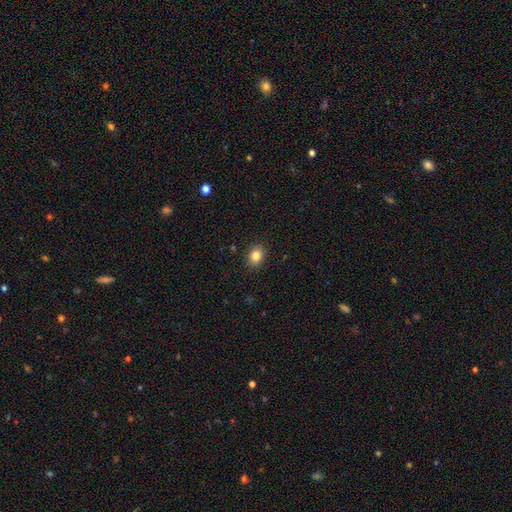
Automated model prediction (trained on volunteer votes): smooth_or_featured: smooth (p=0.84) [alt: star or artifact p=0.10]
how_rounded: in between (p=0.55) [alt: round p=0.44]
merging: none (p=0.90) [alt: minor disturbance p=0.07]